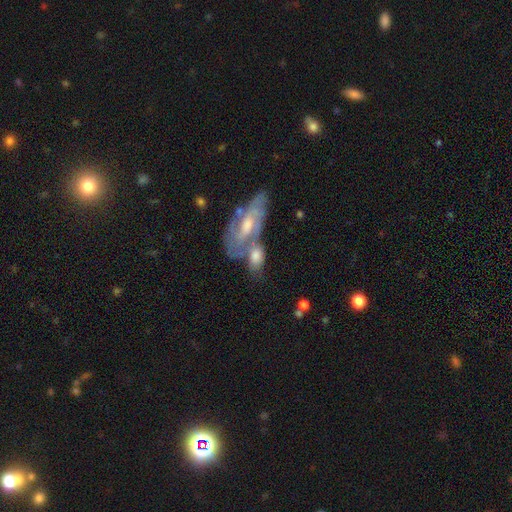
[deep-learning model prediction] Smooth or featured?
  - smooth: 49% *
  - featured or disk: 44%
  - star or artifact: 7%
Merging?
  - merger: 46% *
  - none: 31%
  - minor disturbance: 15%
  - major disturbance: 8%